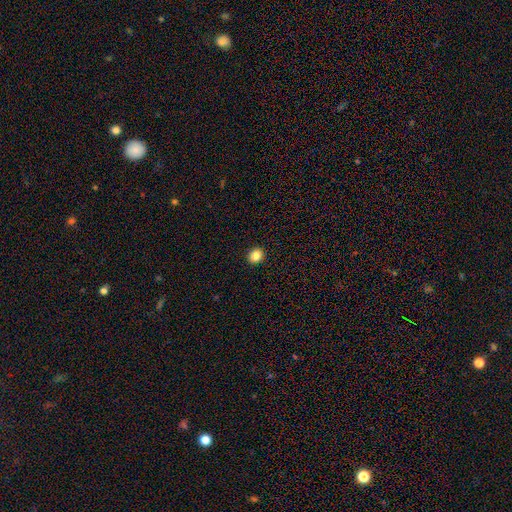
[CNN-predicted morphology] This is clearly a smooth galaxy (85%). How rounded: likely round (76%). Merging: clearly none (93%).